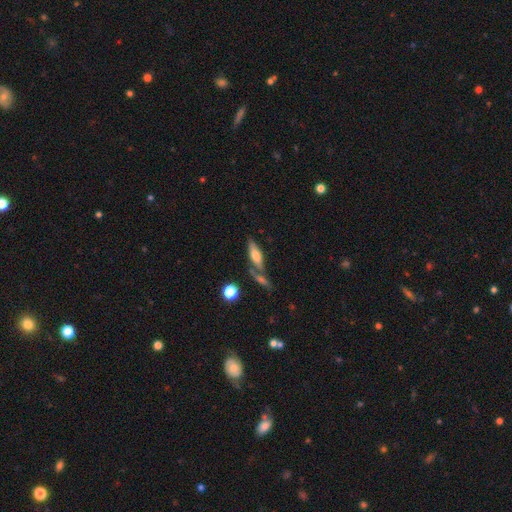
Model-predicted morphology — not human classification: Smooth or featured? smooth (59%)
How rounded? in between (50%)
Merging? none (51%)